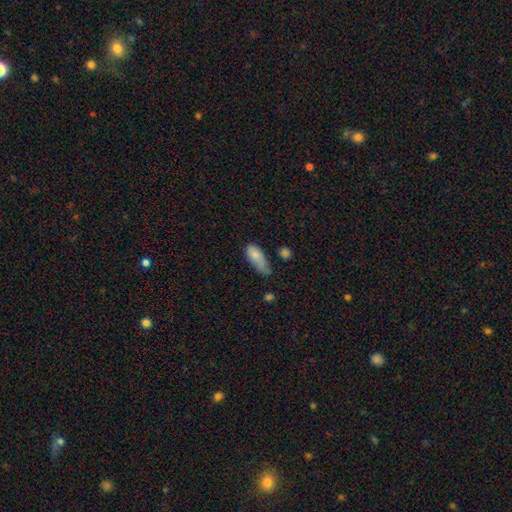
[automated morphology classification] A smooth galaxy with no disk features (77%) that is in between round and cigar-shaped (78%). Merging: minor disturbance (41%).